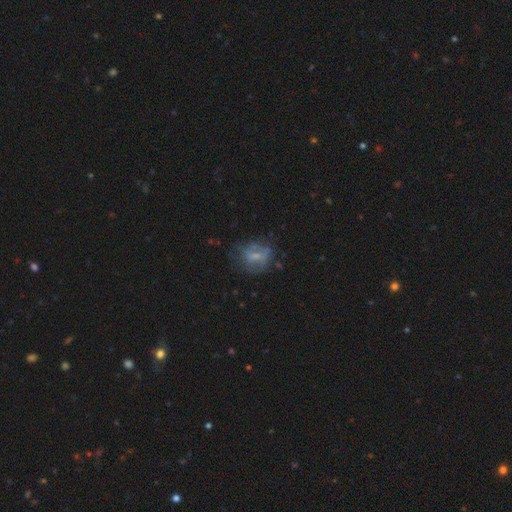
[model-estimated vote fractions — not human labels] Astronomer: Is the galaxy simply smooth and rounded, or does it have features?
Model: featured or disk — 47% (runner-up: smooth, 41%).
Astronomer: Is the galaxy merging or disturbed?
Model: none — 52%.